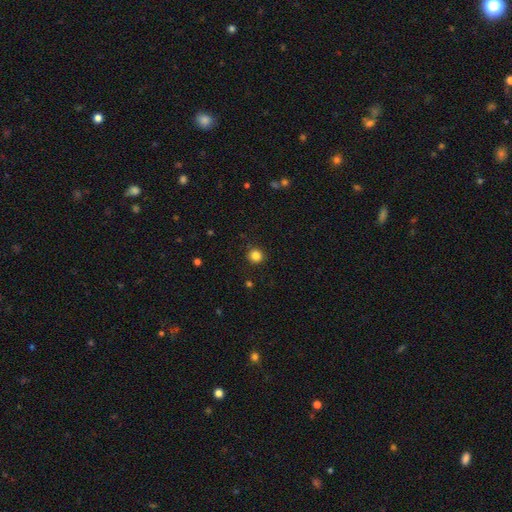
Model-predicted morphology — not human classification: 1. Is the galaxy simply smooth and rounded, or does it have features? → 84% smooth, 12% star or artifact, 4% featured or disk.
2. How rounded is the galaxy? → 93% round, 6% in between, 1% cigar-shaped.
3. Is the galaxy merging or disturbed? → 91% none, 6% minor disturbance, 2% major disturbance, 1% merger.